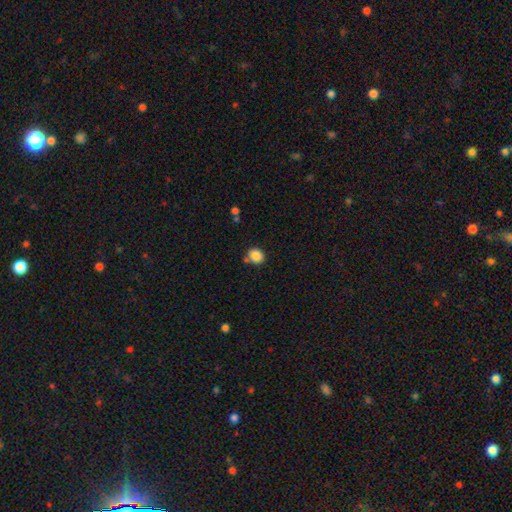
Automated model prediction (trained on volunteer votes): A smooth galaxy with no disk features (86%) that is round (73%). Merging: none (74%).